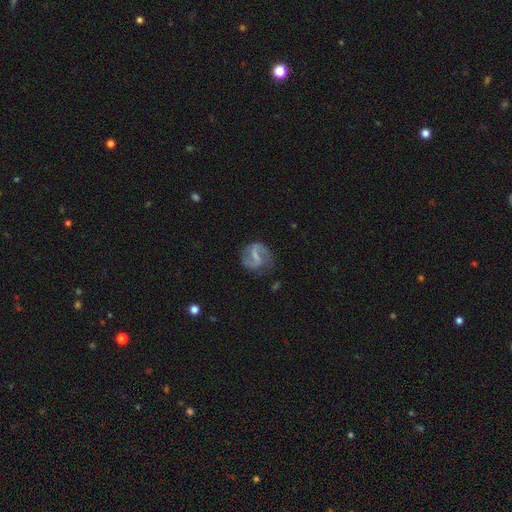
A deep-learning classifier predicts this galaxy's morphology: Q: Smooth or featured?
A: featured or disk (82%); runner-up: smooth (12%)
Q: Edge-on disk?
A: no (98%); runner-up: yes (2%)
Q: Bar?
A: weak (49%); runner-up: strong (37%)
Q: Spiral arms?
A: yes (94%); runner-up: no (6%)
Q: Spiral winding?
A: medium (50%); runner-up: loose (35%)
Q: Spiral arm count?
A: 2 (90%); runner-up: can't tell (4%)
Q: Bulge size?
A: none (44%); runner-up: small (36%)
Q: Merging?
A: none (74%); runner-up: minor disturbance (17%)